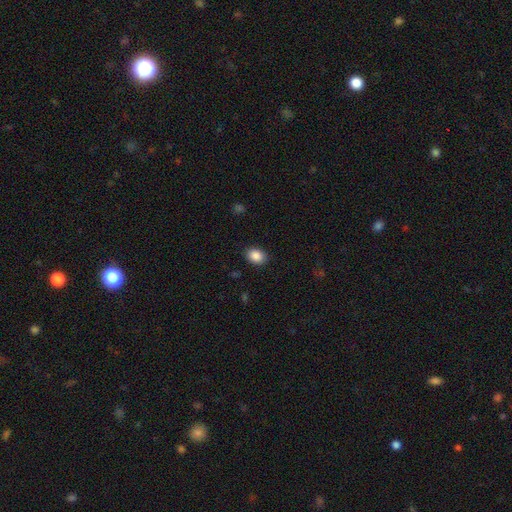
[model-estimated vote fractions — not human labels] smooth_or_featured: smooth (p=0.88) [alt: star or artifact p=0.08]
how_rounded: in between (p=0.67) [alt: round p=0.32]
merging: none (p=0.88) [alt: minor disturbance p=0.08]